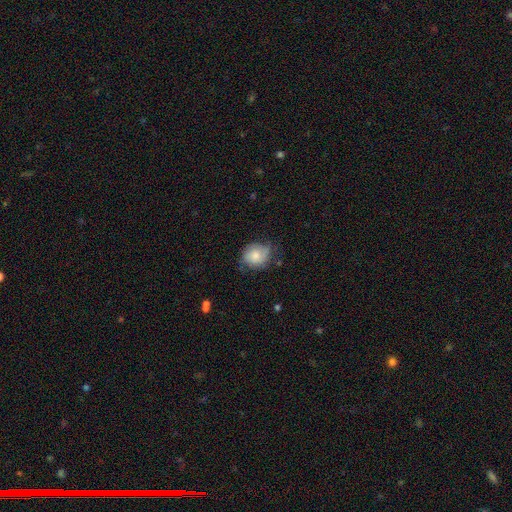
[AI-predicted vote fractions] The model was most divided on "merging": none: 56%, minor disturbance: 33%, major disturbance: 9%, merger: 2%. More confident: smooth or featured — smooth (70%); how rounded — round (69%).